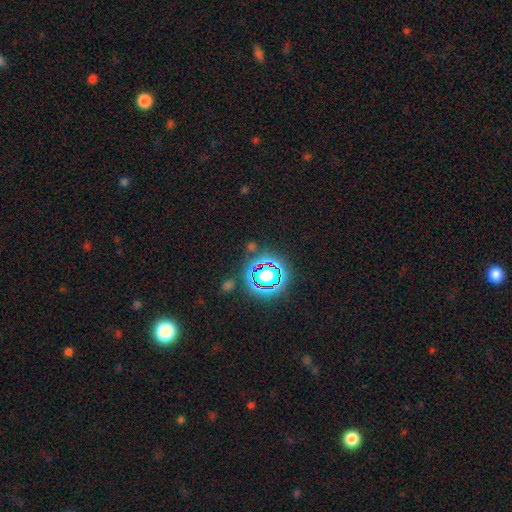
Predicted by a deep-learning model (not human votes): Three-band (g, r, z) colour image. It shows a star or artifact, not a galaxy (81%).